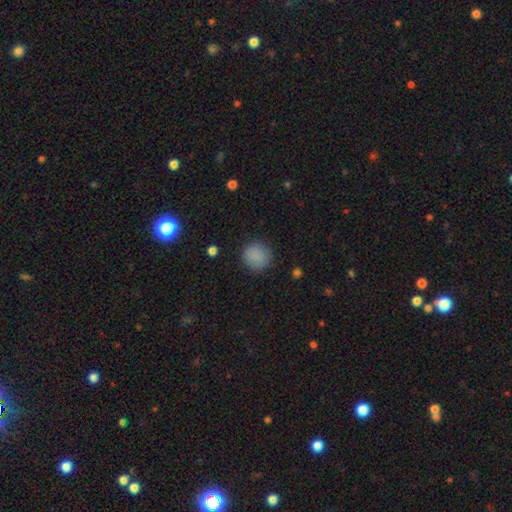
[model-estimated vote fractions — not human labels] Smooth or featured?
  - smooth: 86% *
  - star or artifact: 9%
  - featured or disk: 4%
How rounded?
  - round: 92% *
  - in between: 7%
  - cigar-shaped: 1%
Merging?
  - none: 86% *
  - minor disturbance: 9%
  - major disturbance: 3%
  - merger: 1%